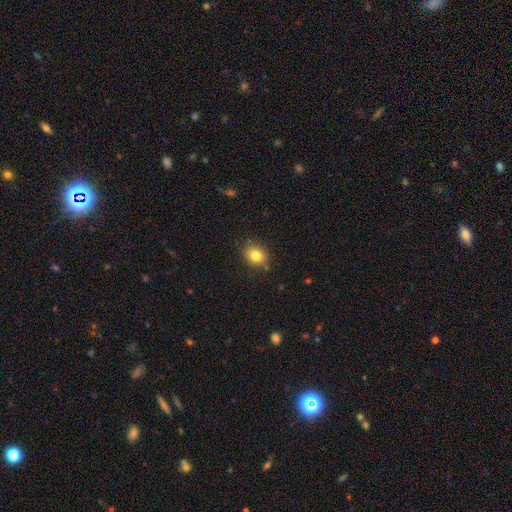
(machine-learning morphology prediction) smooth_or_featured: smooth (p=0.82) [alt: star or artifact p=0.10]
how_rounded: round (p=0.56) [alt: in between p=0.43]
merging: none (p=0.83) [alt: minor disturbance p=0.13]